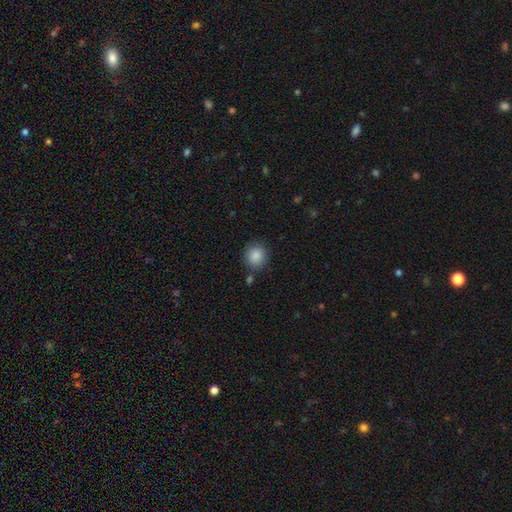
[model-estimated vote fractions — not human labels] Overall: smooth (87%). How rounded: round (89%). Merging: none (83%).